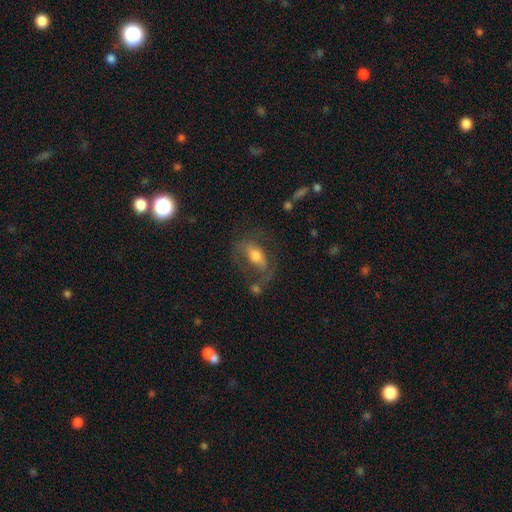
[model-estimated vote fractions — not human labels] Smooth or featured?
  - featured or disk: 51% *
  - smooth: 40%
  - star or artifact: 9%
Edge-on disk?
  - no: 89% *
  - yes: 11%
Merging?
  - none: 47% *
  - major disturbance: 25%
  - minor disturbance: 21%
  - merger: 7%